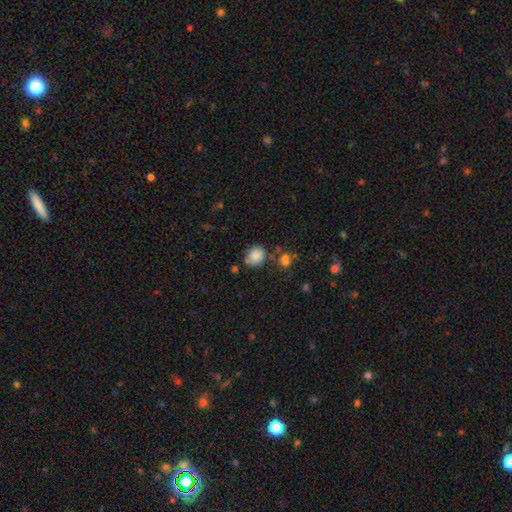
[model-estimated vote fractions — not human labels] Smooth or featured? smooth (85%)
How rounded? round (59%)
Merging? none (66%)